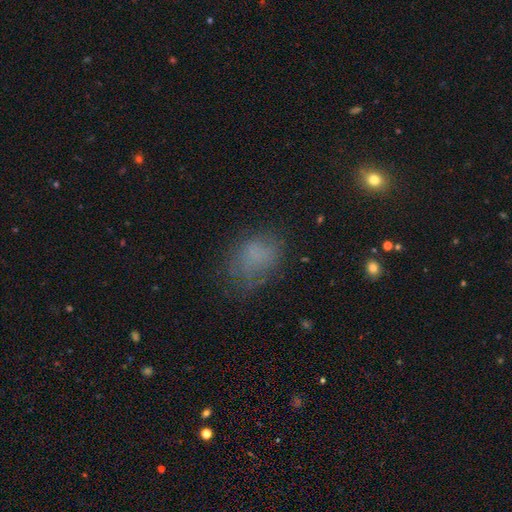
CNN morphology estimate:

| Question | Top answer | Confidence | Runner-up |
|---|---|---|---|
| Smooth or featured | smooth | 68% | star or artifact (17%) |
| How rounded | in between | 66% | round (33%) |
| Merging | none | 55% | minor disturbance (25%) |